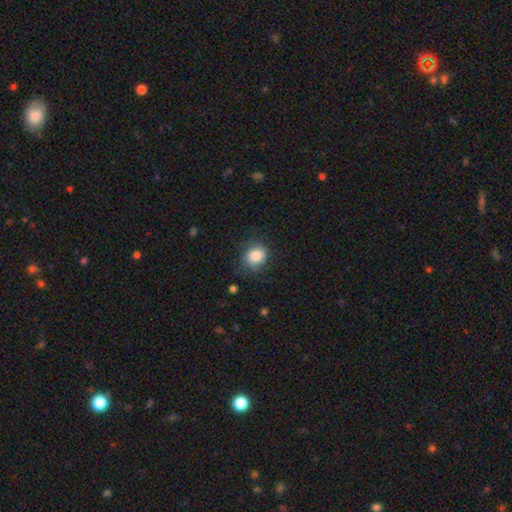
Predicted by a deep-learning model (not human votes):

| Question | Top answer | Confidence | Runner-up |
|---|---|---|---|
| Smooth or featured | smooth | 81% | featured or disk (11%) |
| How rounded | round | 68% | in between (31%) |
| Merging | none | 65% | minor disturbance (24%) |